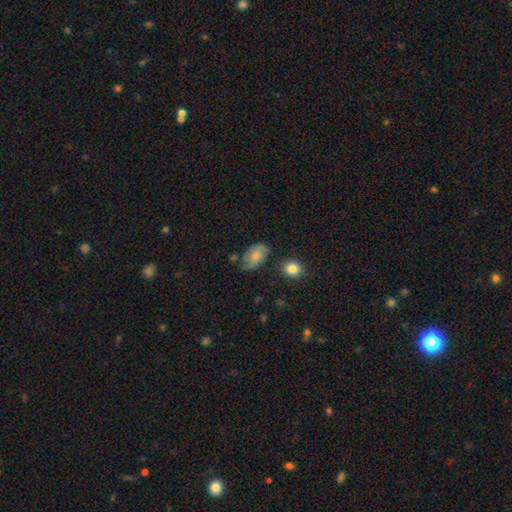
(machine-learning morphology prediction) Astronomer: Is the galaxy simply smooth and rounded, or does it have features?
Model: smooth — 66%.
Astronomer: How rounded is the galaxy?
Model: in between — 88%.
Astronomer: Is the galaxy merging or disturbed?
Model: none — 58%.